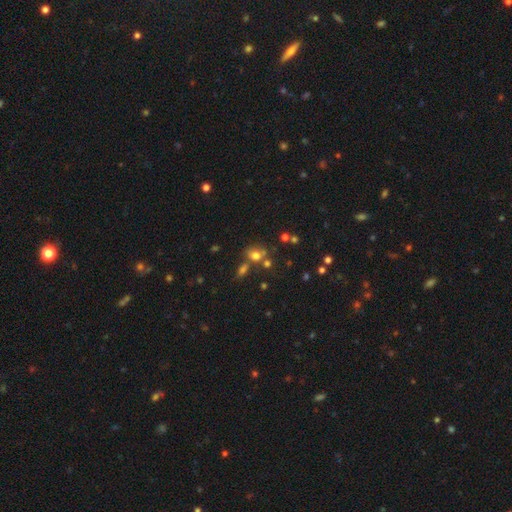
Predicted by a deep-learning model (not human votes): Smooth or featured?
  - smooth: 67% *
  - star or artifact: 20%
  - featured or disk: 13%
How rounded?
  - round: 51% *
  - in between: 48%
  - cigar-shaped: 2%
Merging?
  - none: 51% *
  - merger: 28%
  - minor disturbance: 14%
  - major disturbance: 7%